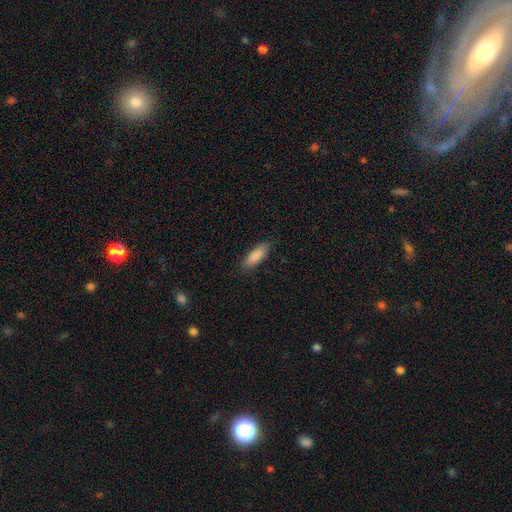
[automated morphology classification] Overall: smooth (88%). How rounded: in between (62%; cigar-shaped 37%). Merging: none (86%).